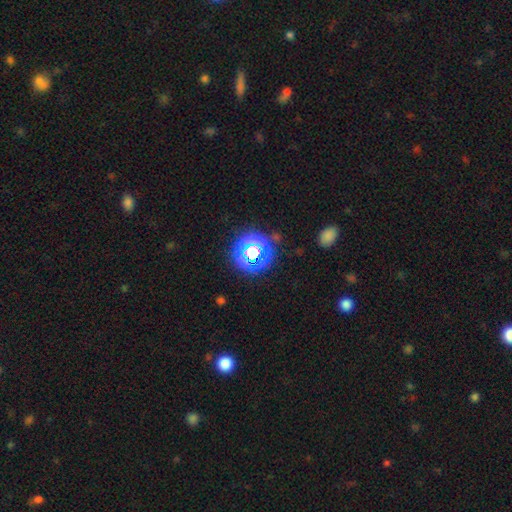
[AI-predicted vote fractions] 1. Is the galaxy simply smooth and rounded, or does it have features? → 67% star or artifact, 22% smooth, 11% featured or disk.